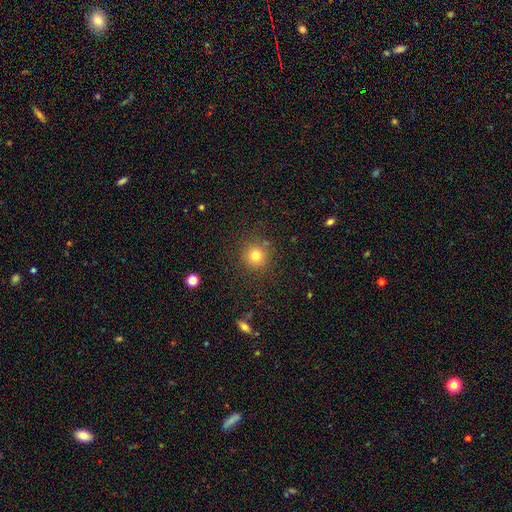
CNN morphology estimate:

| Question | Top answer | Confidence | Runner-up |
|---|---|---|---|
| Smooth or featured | smooth | 78% | star or artifact (15%) |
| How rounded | round | 94% | in between (5%) |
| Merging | none | 87% | minor disturbance (8%) |